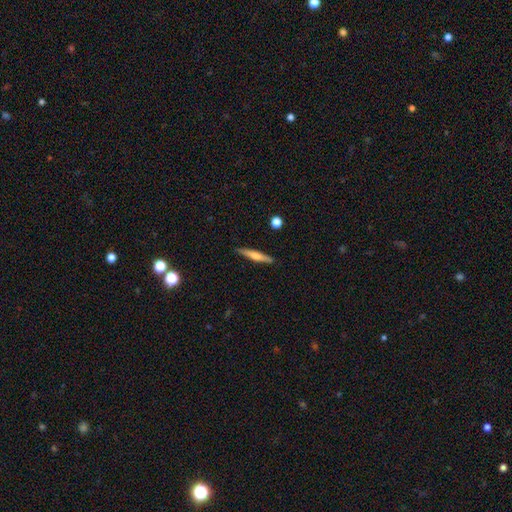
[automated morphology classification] Overall: smooth (51%; featured or disk 44%). How rounded: cigar-shaped (92%). Merging: none (89%).